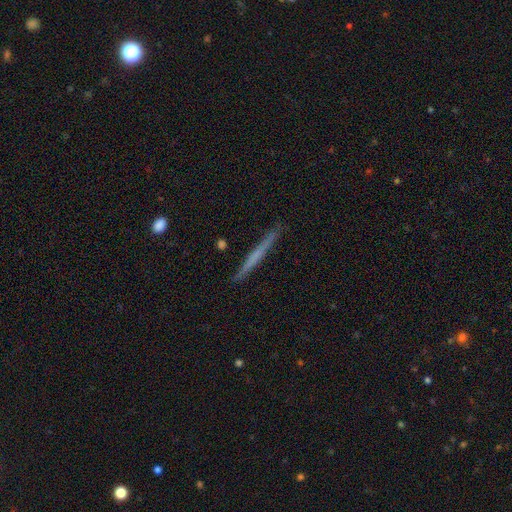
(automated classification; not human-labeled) A featured or disk galaxy (48%).

Vote fractions:
- Smooth or featured? featured or disk: 48% / smooth: 46% / star or artifact: 6%
- Merging? none: 91% / minor disturbance: 7% / major disturbance: 1% / merger: 1%